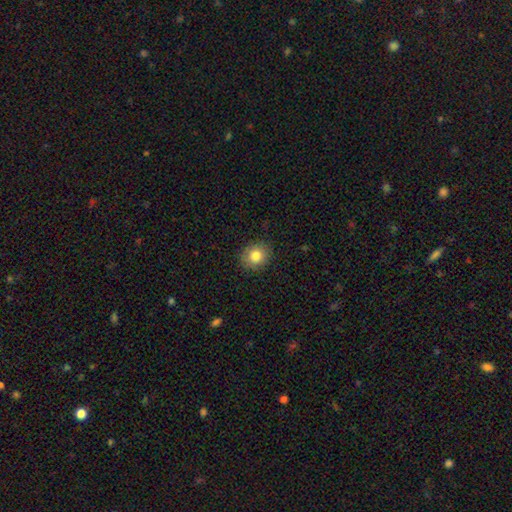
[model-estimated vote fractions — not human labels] The model was most divided on "how rounded": round: 72%, in between: 27%, cigar-shaped: 1%. More confident: merging — none (89%); smooth or featured — smooth (82%).